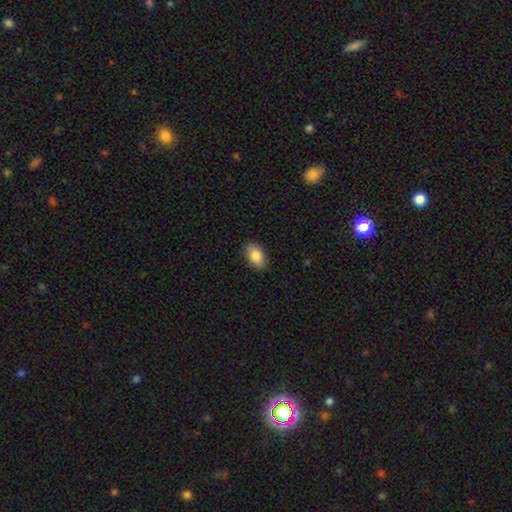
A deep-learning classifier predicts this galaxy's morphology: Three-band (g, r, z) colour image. It shows a smooth galaxy with no disk features (85%) that is in between round and cigar-shaped (90%). Merging: none (88%).